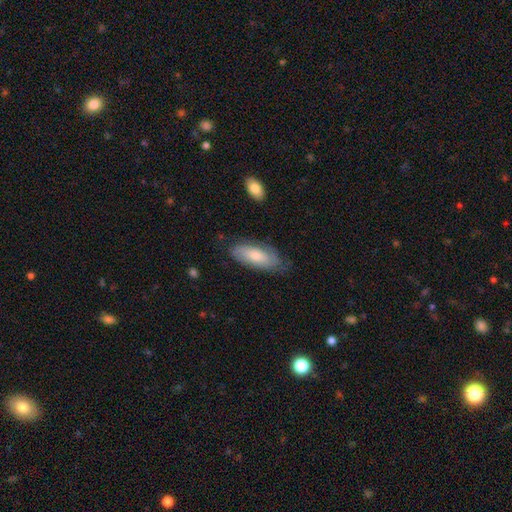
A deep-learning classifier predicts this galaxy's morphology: A smooth galaxy with no disk features (61%) that is in between round and cigar-shaped (82%). Merging: none (70%).